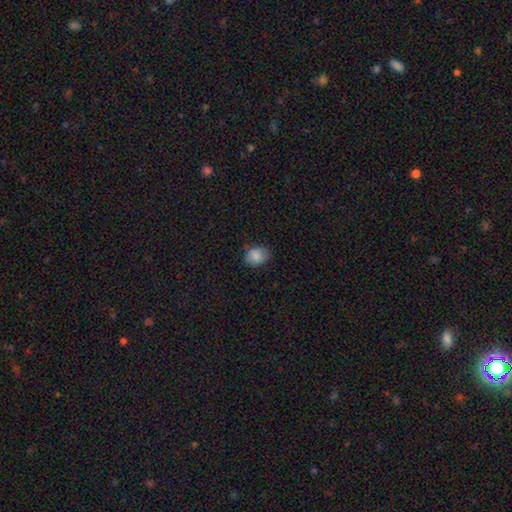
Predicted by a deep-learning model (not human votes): A smooth galaxy with no disk features (85%) that is in between round and cigar-shaped (54%). Merging: none (72%).